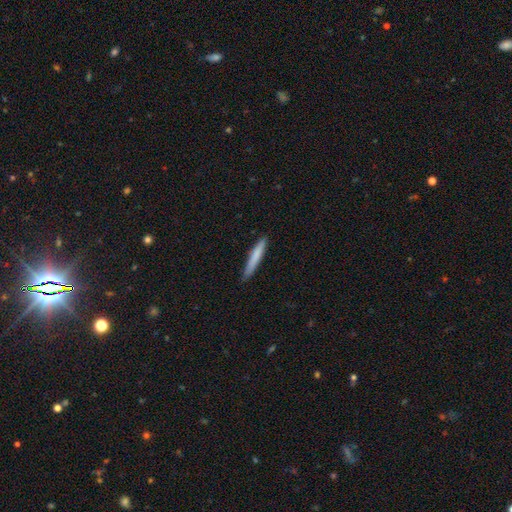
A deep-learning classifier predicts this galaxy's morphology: Q: Smooth or featured?
A: smooth (76%); runner-up: featured or disk (19%)
Q: How rounded?
A: cigar-shaped (95%); runner-up: in between (4%)
Q: Merging?
A: none (86%); runner-up: minor disturbance (11%)